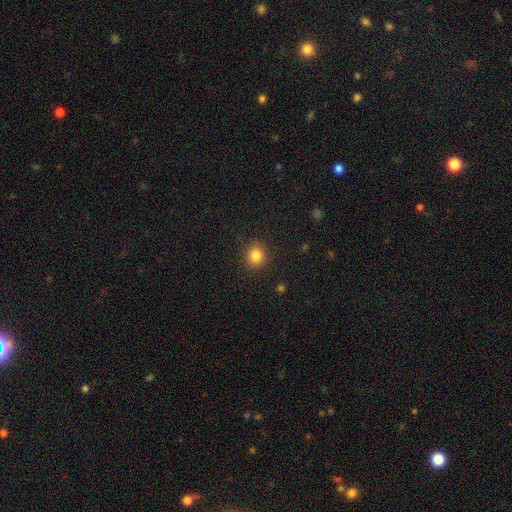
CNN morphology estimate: This is clearly a smooth galaxy (84%). How rounded: clearly round (83%). Merging: clearly none (89%).